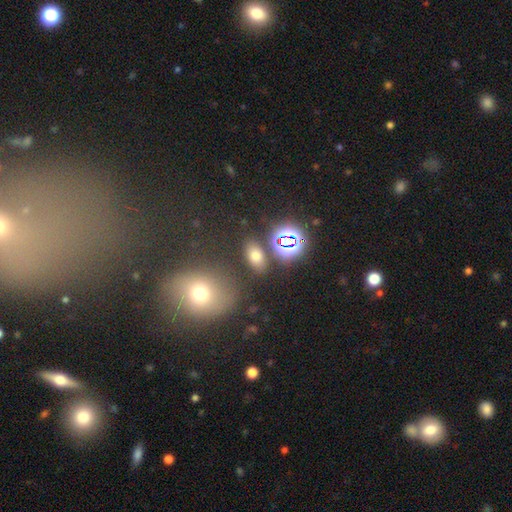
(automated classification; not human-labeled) smooth 68%, star or artifact 23%, featured or disk 9%. Down the decision tree: how rounded — in between (85%); merging — none (80%).